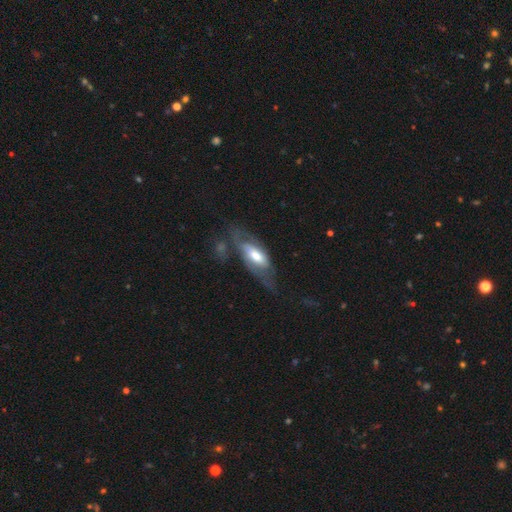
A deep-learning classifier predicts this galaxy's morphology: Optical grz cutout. It shows a featured or disk galaxy (56%). Merging: none (42%).